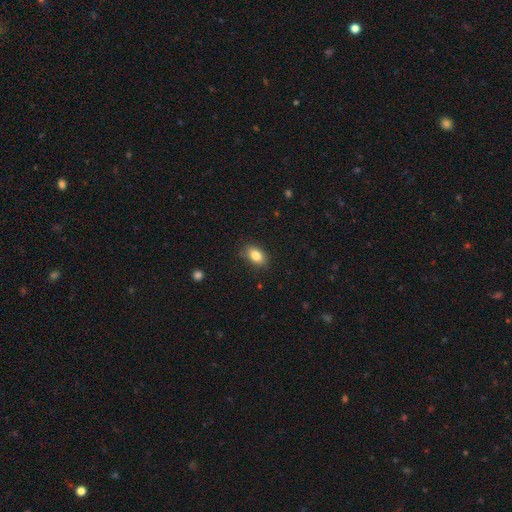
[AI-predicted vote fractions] smooth_or_featured: smooth (p=0.84) [alt: star or artifact p=0.08]
how_rounded: in between (p=0.86) [alt: round p=0.12]
merging: none (p=0.85) [alt: minor disturbance p=0.11]